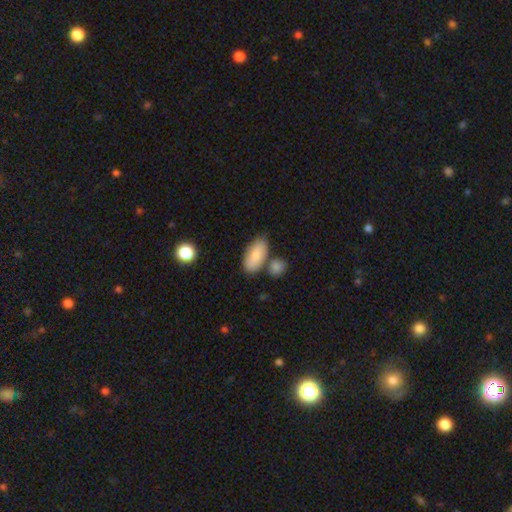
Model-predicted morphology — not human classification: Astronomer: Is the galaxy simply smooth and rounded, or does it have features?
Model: smooth — 81%.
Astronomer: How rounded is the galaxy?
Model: in between — 91%.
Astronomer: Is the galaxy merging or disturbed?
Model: none — 65%.